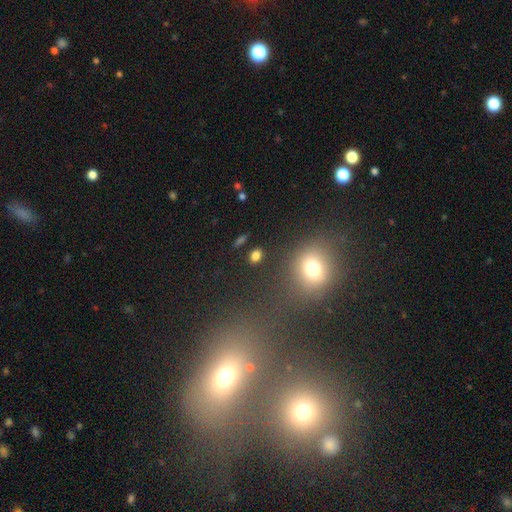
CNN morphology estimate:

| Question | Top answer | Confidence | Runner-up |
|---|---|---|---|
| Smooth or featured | smooth | 79% | star or artifact (14%) |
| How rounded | in between | 69% | round (27%) |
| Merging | none | 87% | minor disturbance (7%) |